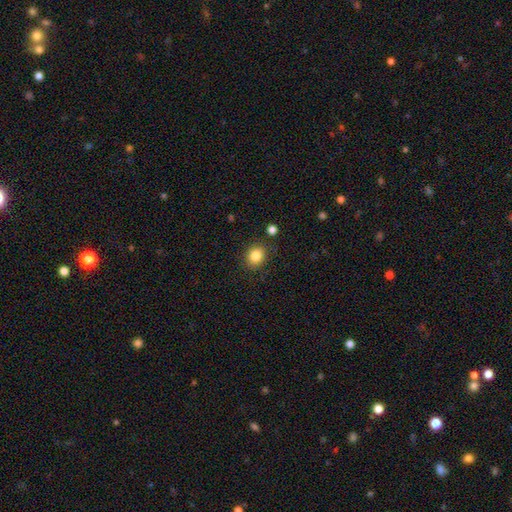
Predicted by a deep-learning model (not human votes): This is clearly a smooth galaxy (84%). How rounded: likely round (66%). Merging: clearly none (85%).